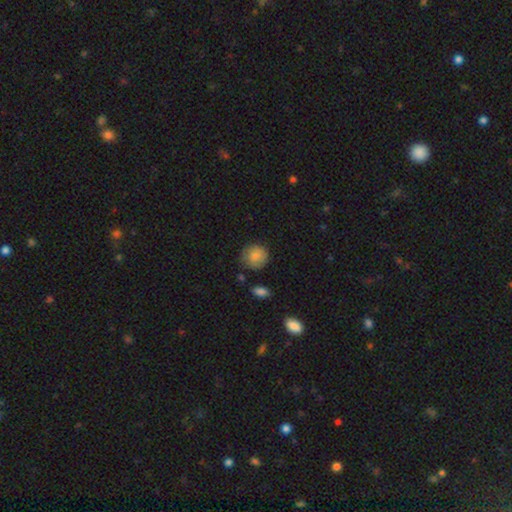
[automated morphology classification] A smooth galaxy with no disk features (85%) that is round (87%).

Vote fractions:
- Smooth or featured? smooth: 85% / star or artifact: 8% / featured or disk: 8%
- How rounded? round: 87% / in between: 12% / cigar-shaped: 1%
- Merging? none: 74% / minor disturbance: 19% / major disturbance: 4% / merger: 3%